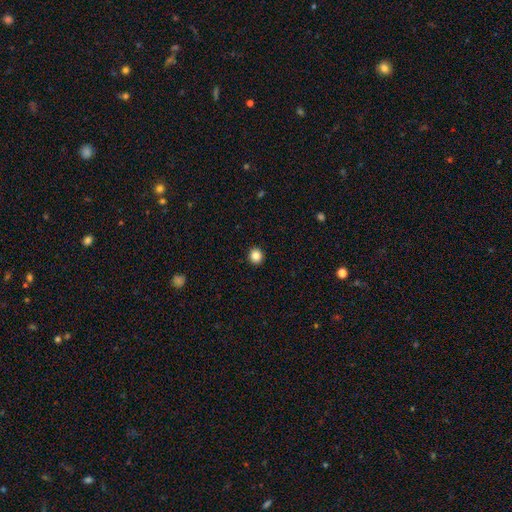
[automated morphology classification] Overall: smooth (85%). How rounded: round (86%). Merging: none (93%).